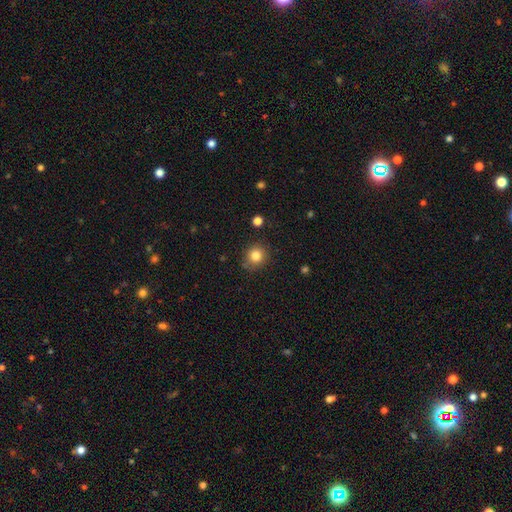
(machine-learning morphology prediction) This is clearly a smooth galaxy (82%). How rounded: clearly round (88%). Merging: clearly none (83%).